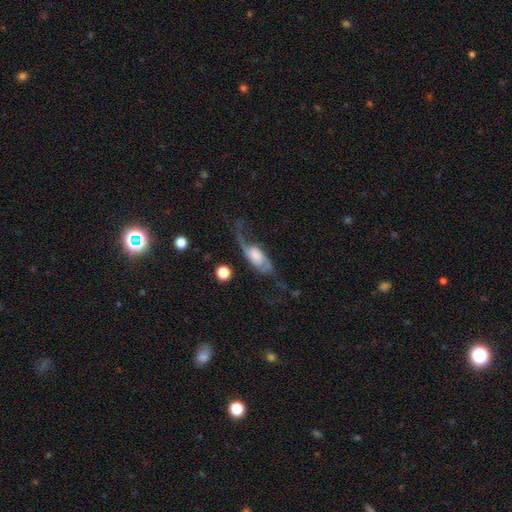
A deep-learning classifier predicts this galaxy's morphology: This is likely a featured or disk galaxy (71%). It is clearly not viewed edge-on (88%). Bar: likely no (63%). Spiral arm pattern: clearly yes (90%). Spiral arm count: likely 2 (79%). Spiral winding: likely loose (71%). Central bulge: marginally large (34%). Merging: marginally none (38%).